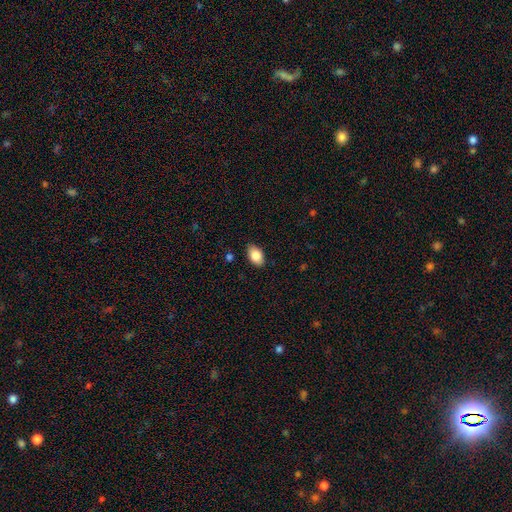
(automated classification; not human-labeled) smooth-or-featured: smooth: 85% | star or artifact: 7% | featured or disk: 7%
  how-rounded: in between: 90% | round: 8% | cigar-shaped: 1%
  merging: none: 86% | minor disturbance: 11% | major disturbance: 2% | merger: 1%